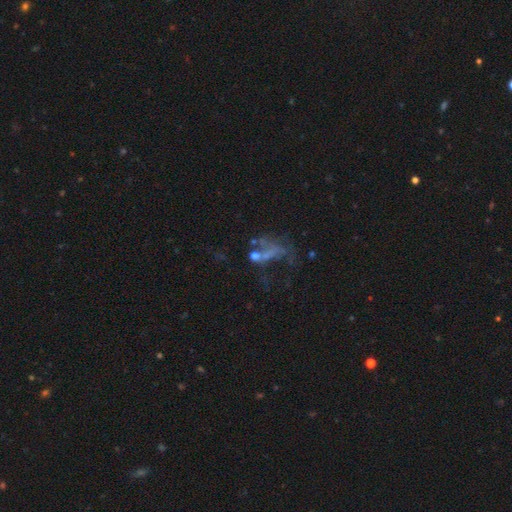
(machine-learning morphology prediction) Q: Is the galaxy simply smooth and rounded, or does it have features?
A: featured or disk — 44%.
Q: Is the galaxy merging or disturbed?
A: major disturbance — 41%.